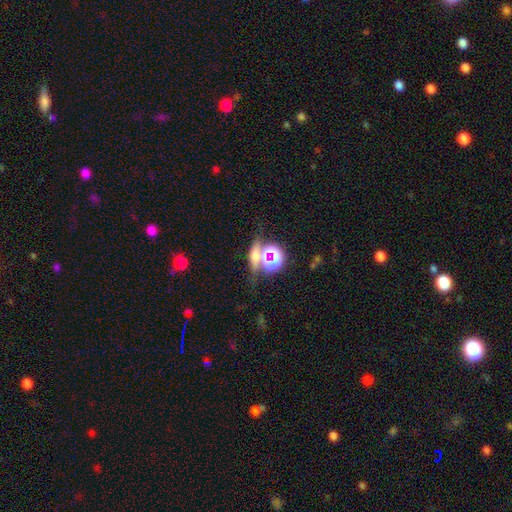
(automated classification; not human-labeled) A smooth galaxy with no disk features (42%).

Vote fractions:
- Smooth or featured? smooth: 42% / star or artifact: 38% / featured or disk: 20%
- Merging? none: 59% / merger: 22% / minor disturbance: 12% / major disturbance: 7%